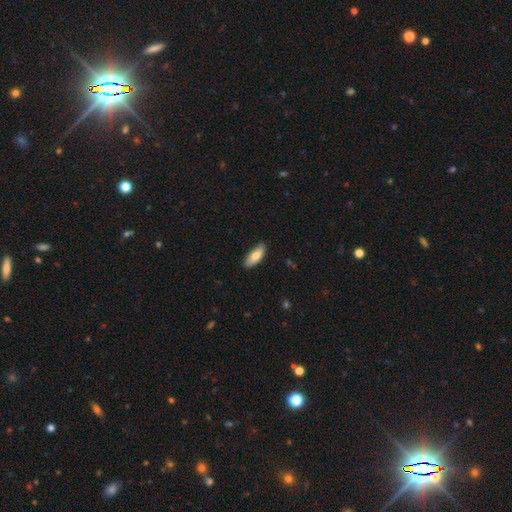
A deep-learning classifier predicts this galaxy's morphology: A smooth galaxy with no disk features (77%) that is in between round and cigar-shaped (73%).

Vote fractions:
- Smooth or featured? smooth: 77% / featured or disk: 17% / star or artifact: 6%
- How rounded? in between: 73% / cigar-shaped: 25% / round: 2%
- Merging? none: 84% / minor disturbance: 13% / major disturbance: 2% / merger: 1%